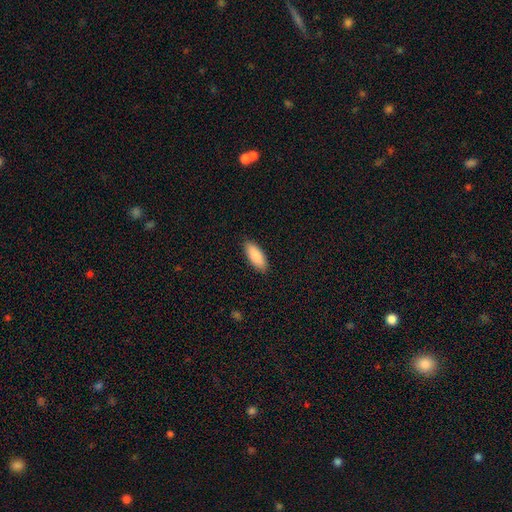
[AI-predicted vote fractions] Overall: smooth (89%). How rounded: in between (81%). Merging: none (89%).